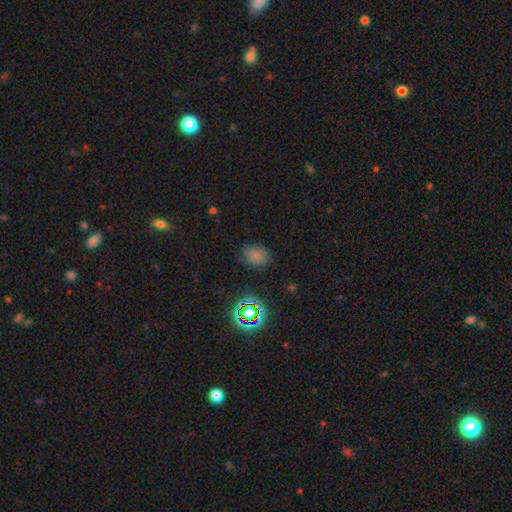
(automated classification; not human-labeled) The model was most divided on "how rounded": in between: 50%, round: 49%, cigar-shaped: 1%. More confident: merging — none (78%); smooth or featured — smooth (71%).